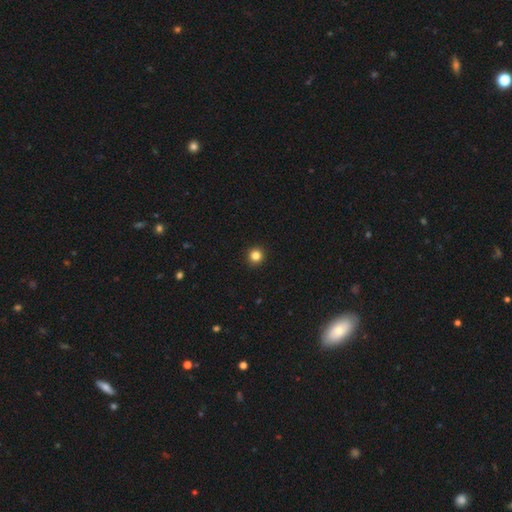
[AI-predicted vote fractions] Q: Smooth or featured?
A: smooth (84%); runner-up: star or artifact (12%)
Q: How rounded?
A: round (94%); runner-up: in between (5%)
Q: Merging?
A: none (93%); runner-up: minor disturbance (4%)